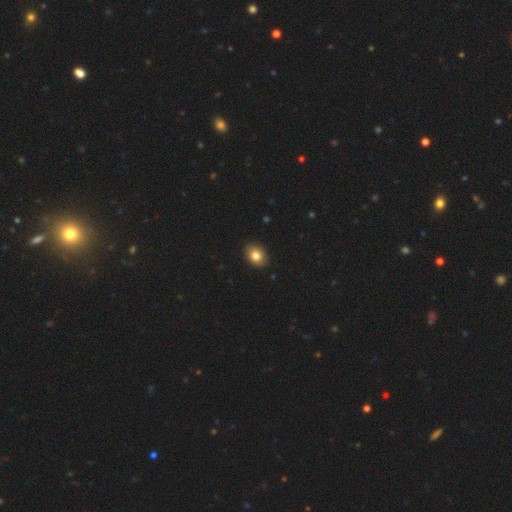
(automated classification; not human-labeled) Smooth or featured? Predicted: smooth (p=0.83). How rounded? Predicted: in between (p=0.53). Merging? Predicted: none (p=0.89).